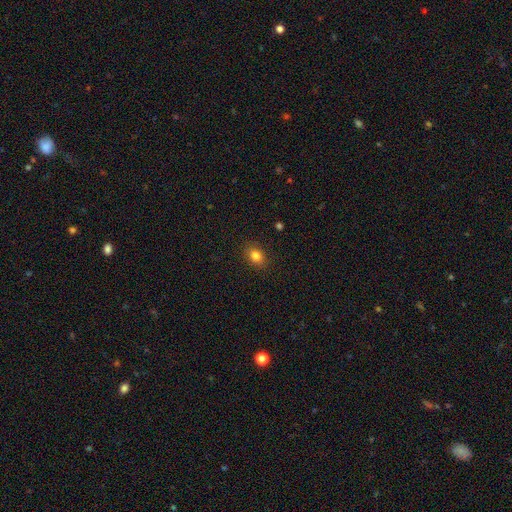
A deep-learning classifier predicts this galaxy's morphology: A smooth galaxy with no disk features (82%) that is in between round and cigar-shaped (63%). Merging: none (88%).